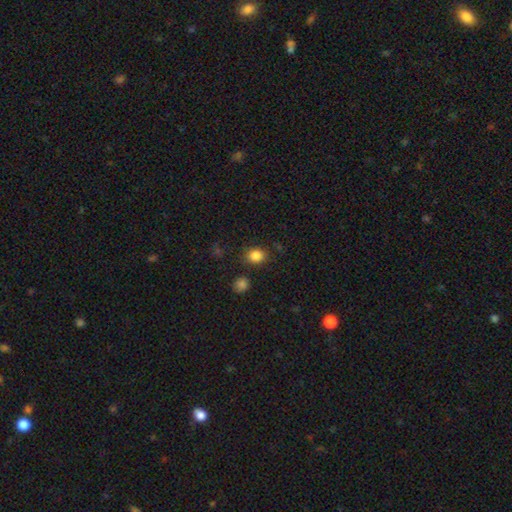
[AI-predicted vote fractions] Q: Smooth or featured?
A: smooth (85%); runner-up: star or artifact (11%)
Q: How rounded?
A: round (56%); runner-up: in between (43%)
Q: Merging?
A: none (82%); runner-up: minor disturbance (11%)